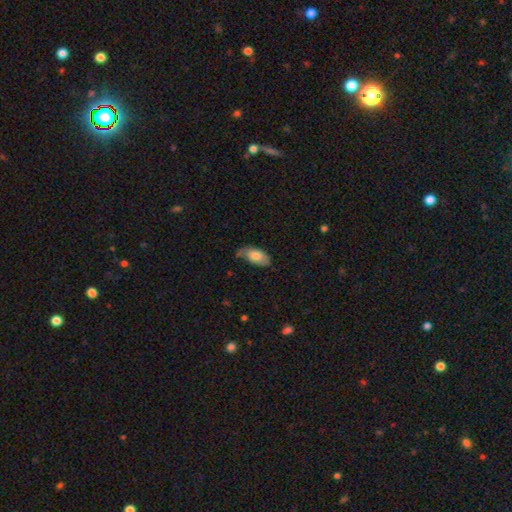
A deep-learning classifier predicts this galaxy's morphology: smooth 70%, featured or disk 24%, star or artifact 6%. Down the decision tree: how rounded — in between (93%); merging — none (49%).